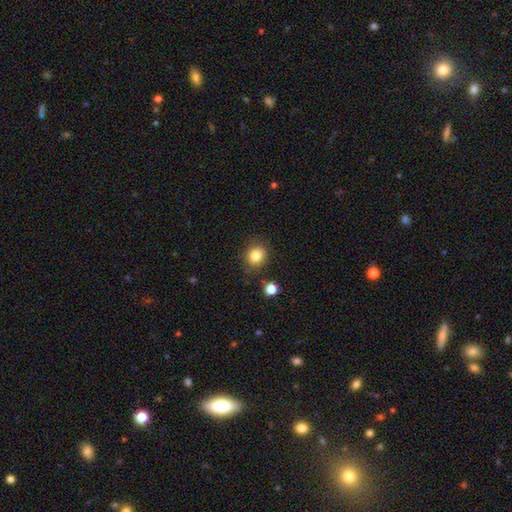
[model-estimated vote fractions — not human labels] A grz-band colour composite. It shows a smooth galaxy with no disk features (82%) that is round (78%). Merging: none (81%).